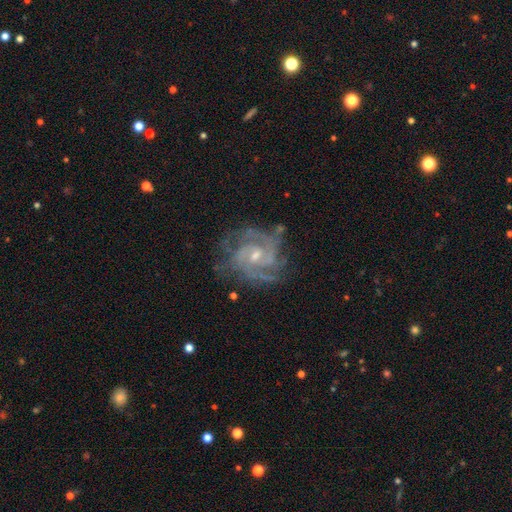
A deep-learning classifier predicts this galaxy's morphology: Q: Smooth or featured?
A: featured or disk (90%); runner-up: star or artifact (6%)
Q: Edge-on disk?
A: no (98%); runner-up: yes (2%)
Q: Bar?
A: no (50%); runner-up: weak (41%)
Q: Spiral arms?
A: yes (98%); runner-up: no (2%)
Q: Spiral winding?
A: tight (54%); runner-up: medium (40%)
Q: Spiral arm count?
A: 3 (33%); runner-up: 2 (30%)
Q: Bulge size?
A: small (56%); runner-up: moderate (40%)
Q: Merging?
A: none (70%); runner-up: minor disturbance (19%)